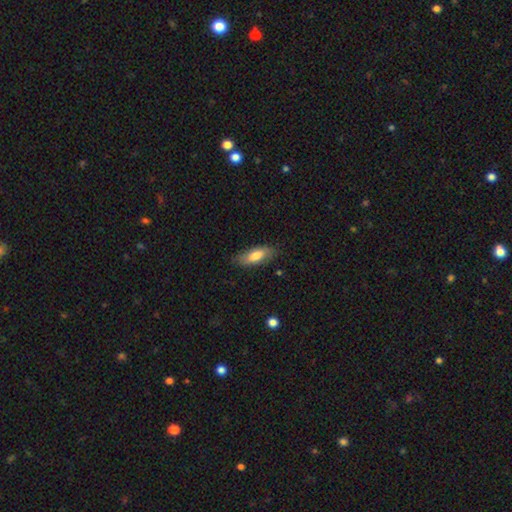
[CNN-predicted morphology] type=smooth (74%); roundness=in between (77%); merging=none (80%).